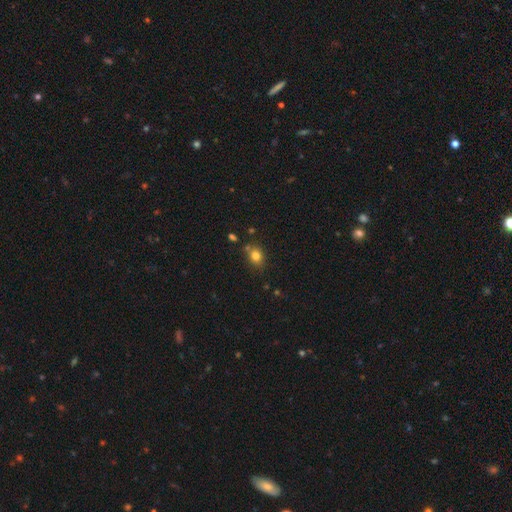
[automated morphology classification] Smooth or featured? smooth (80%)
How rounded? in between (51%)
Merging? none (74%)